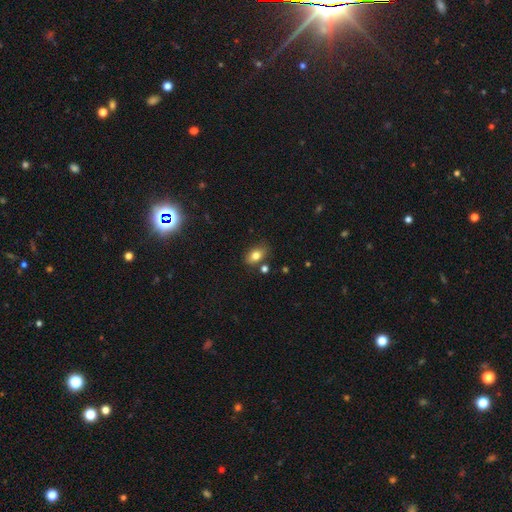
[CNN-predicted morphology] smooth_or_featured: smooth (p=0.79) [alt: featured or disk p=0.11]
how_rounded: in between (p=0.84) [alt: round p=0.14]
merging: none (p=0.77) [alt: minor disturbance p=0.14]